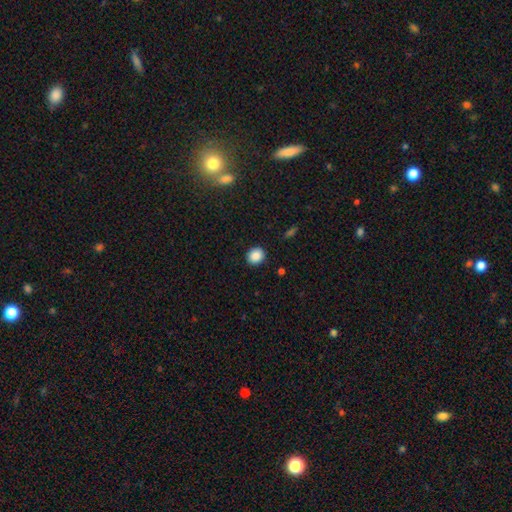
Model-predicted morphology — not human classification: Overall: smooth (88%). How rounded: round (74%). Merging: none (90%).